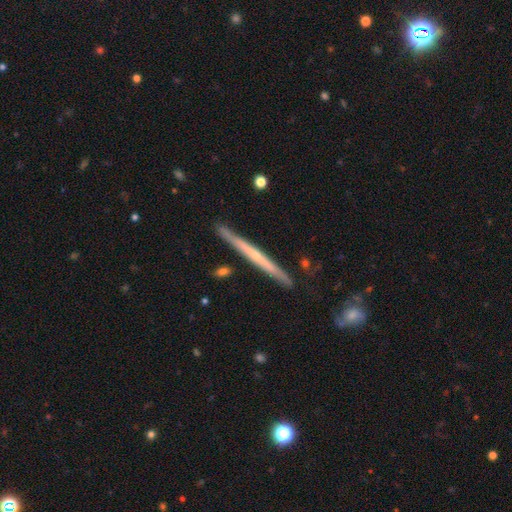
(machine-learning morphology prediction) Q: Smooth or featured?
A: featured or disk (60%); runner-up: smooth (34%)
Q: Edge-on disk?
A: yes (97%); runner-up: no (3%)
Q: Edge-on bulge?
A: none (72%); runner-up: rounded (23%)
Q: Merging?
A: none (88%); runner-up: minor disturbance (9%)